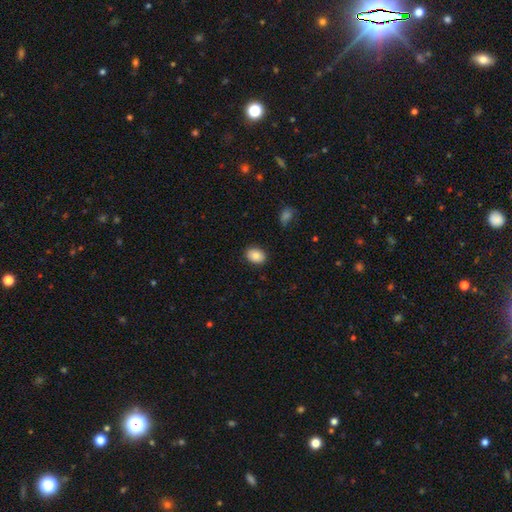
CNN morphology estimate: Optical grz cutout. It shows a smooth galaxy with no disk features (86%) that is in between round and cigar-shaped (73%). Merging: none (87%).